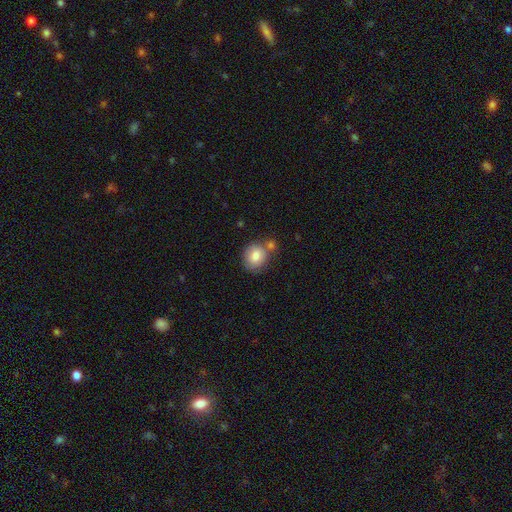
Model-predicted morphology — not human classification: A smooth galaxy with no disk features (81%) that is round (75%).

Vote fractions:
- Smooth or featured? smooth: 81% / featured or disk: 11% / star or artifact: 8%
- How rounded? round: 75% / in between: 24% / cigar-shaped: 1%
- Merging? none: 60% / merger: 21% / minor disturbance: 14% / major disturbance: 4%